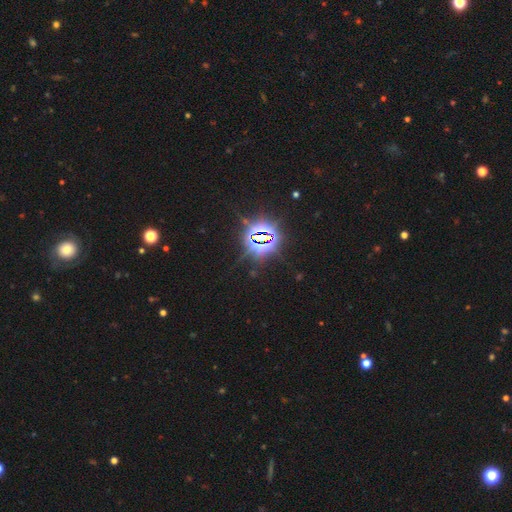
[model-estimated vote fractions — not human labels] Smooth or featured: star or artifact — 85% (smooth — 9%)